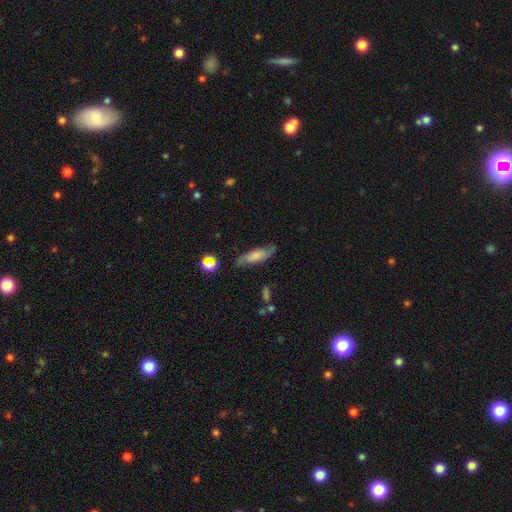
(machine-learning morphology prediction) Overall: smooth (53%; featured or disk 39%). How rounded: in between (51%; cigar-shaped 46%). Merging: none (73%).